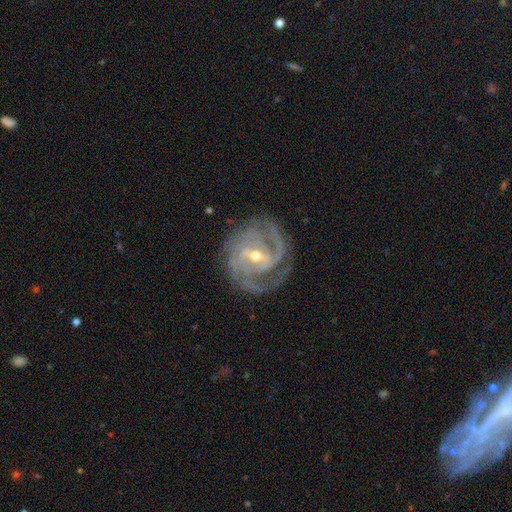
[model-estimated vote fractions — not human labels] Smooth or featured: featured or disk — 91% (star or artifact — 5%)
Edge-on disk: no — 97% (yes — 3%)
Bar: weak — 42% (tied with strong — 42%)
Spiral arms: yes — 97% (no — 3%)
Spiral winding: tight — 59% (medium — 35%)
Spiral arm count: 2 — 36% (3 — 32%)
Bulge size: moderate — 49% (small — 48%)
Merging: none — 75% (minor disturbance — 16%)